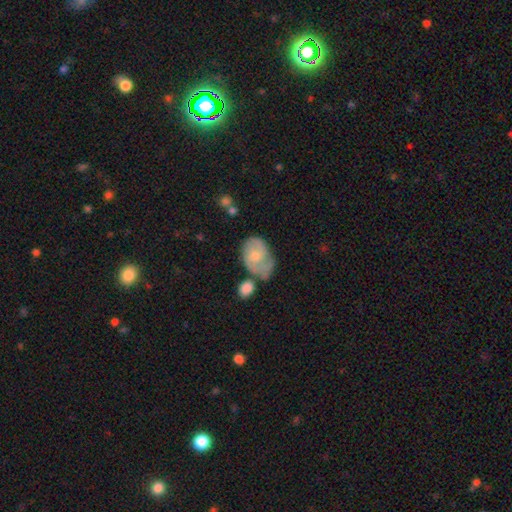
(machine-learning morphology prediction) Smooth or featured? Predicted: featured or disk (p=0.50). Merging? Predicted: none (p=0.39).